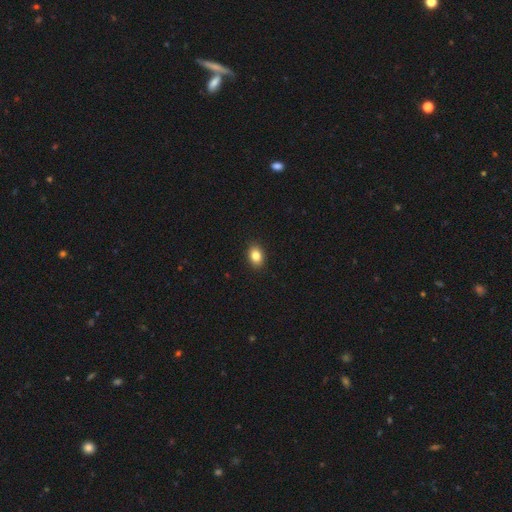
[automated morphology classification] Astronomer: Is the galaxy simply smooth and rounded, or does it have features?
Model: smooth — 84%.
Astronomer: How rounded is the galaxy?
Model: in between — 74%.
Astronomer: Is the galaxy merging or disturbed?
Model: none — 91%.